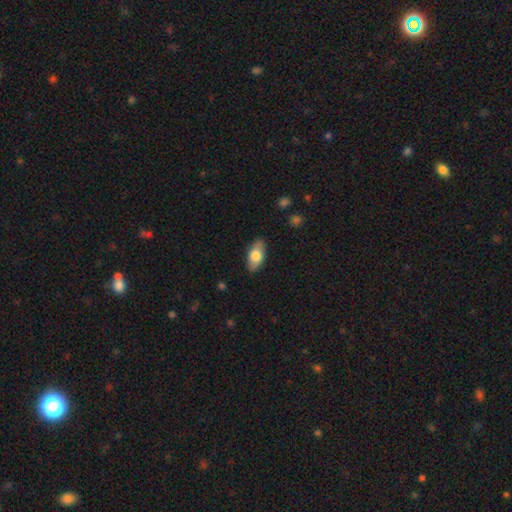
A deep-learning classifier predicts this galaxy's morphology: A smooth galaxy with no disk features (73%) that is in between round and cigar-shaped (91%). Merging: none (86%).